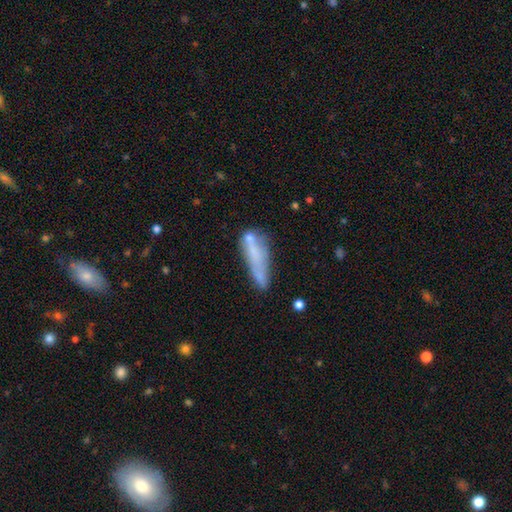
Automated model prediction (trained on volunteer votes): The model was most divided on "merging": none: 41%, minor disturbance: 25%, merger: 19%, major disturbance: 15%. More confident: how rounded — cigar-shaped (69%); smooth or featured — smooth (56%).